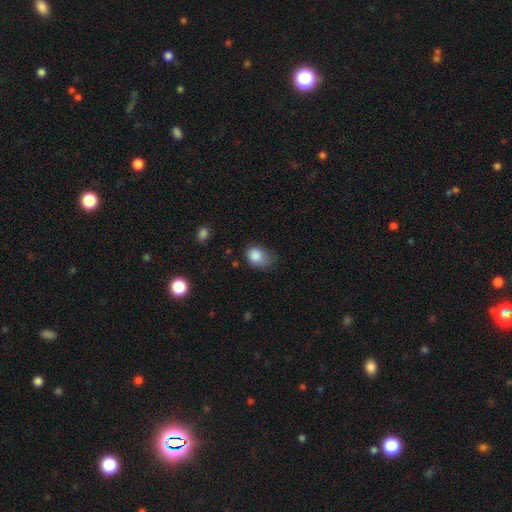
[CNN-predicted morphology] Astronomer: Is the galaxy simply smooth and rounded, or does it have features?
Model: smooth — 85%.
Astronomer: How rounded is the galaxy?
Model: in between — 55% (runner-up: round, 44%).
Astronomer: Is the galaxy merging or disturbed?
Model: minor disturbance — 41%, tied with none at 41%.